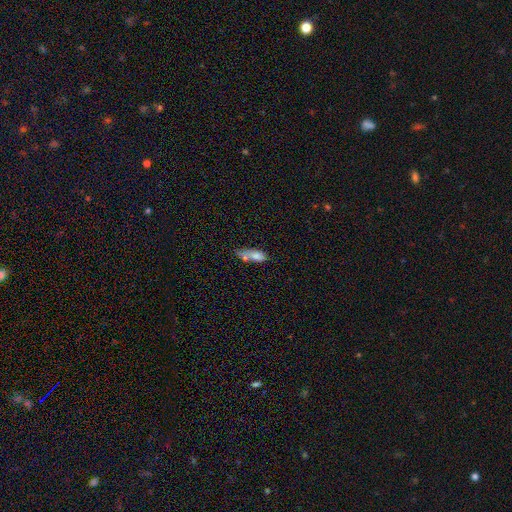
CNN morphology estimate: Overall: smooth (74%). How rounded: in between (68%; cigar-shaped 28%). Merging: none (36%; merger 29%).